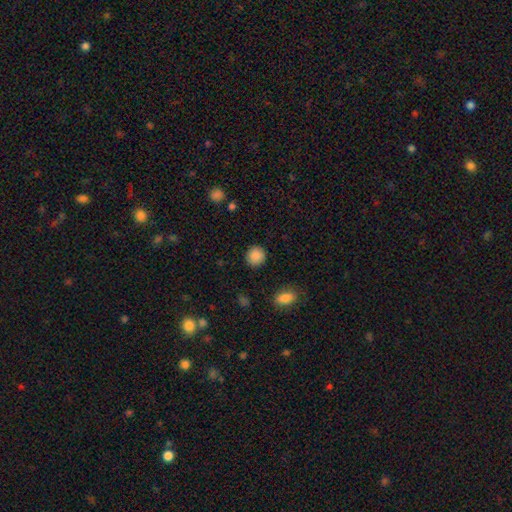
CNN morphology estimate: type=smooth (88%); roundness=round (89%); merging=none (90%).